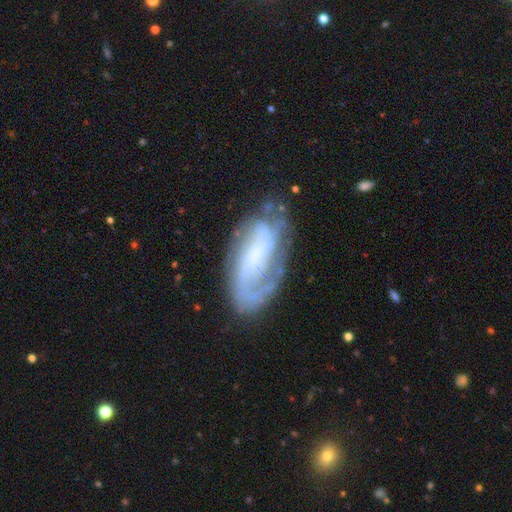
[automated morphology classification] Smooth or featured? Predicted: featured or disk (p=0.76). Edge-on disk? Predicted: no (p=0.95). Bar? Predicted: no (p=0.51). Spiral arms? Predicted: yes (p=0.88). Spiral winding? Predicted: tight (p=0.46). Spiral arm count? Predicted: 2 (p=0.32). Bulge size? Predicted: none (p=0.37). Merging? Predicted: none (p=0.60).